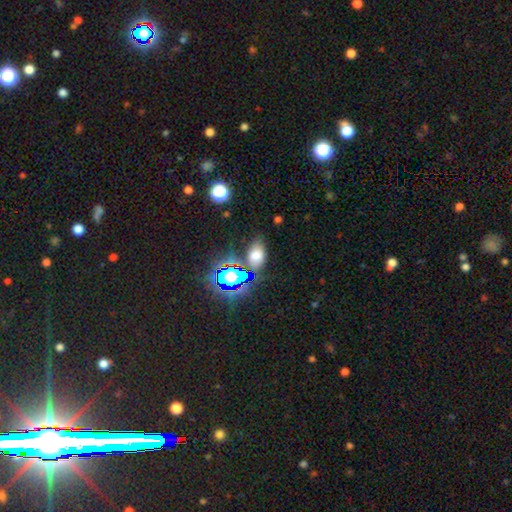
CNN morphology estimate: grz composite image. It shows a smooth galaxy with no disk features (62%) that is in between round and cigar-shaped (87%). Merging: none (68%).